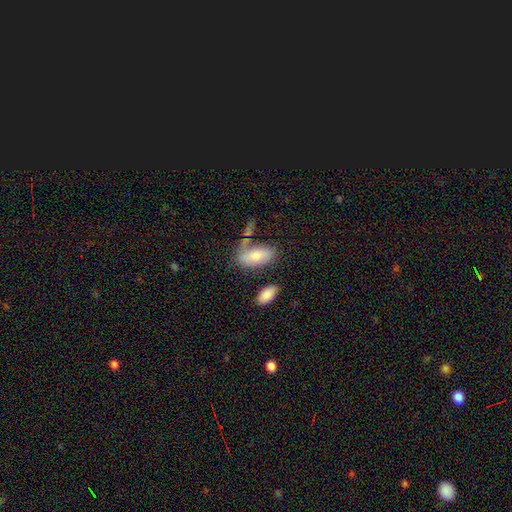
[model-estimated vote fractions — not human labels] The model was most divided on "merging": none: 56%, minor disturbance: 21%, merger: 14%, major disturbance: 9%. More confident: how rounded — in between (91%); smooth or featured — smooth (78%).